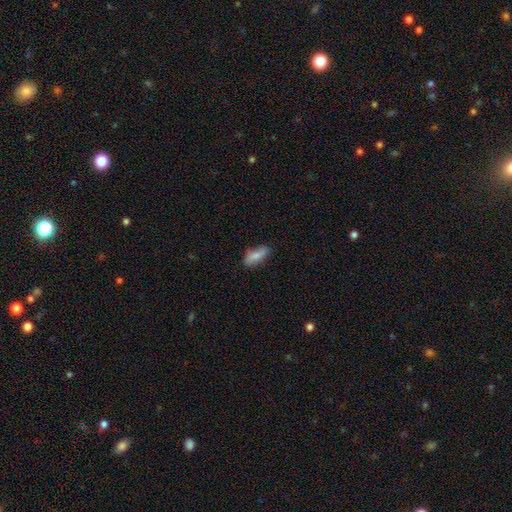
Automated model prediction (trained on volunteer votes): Smooth or featured? smooth (82%)
How rounded? in between (80%)
Merging? none (74%)